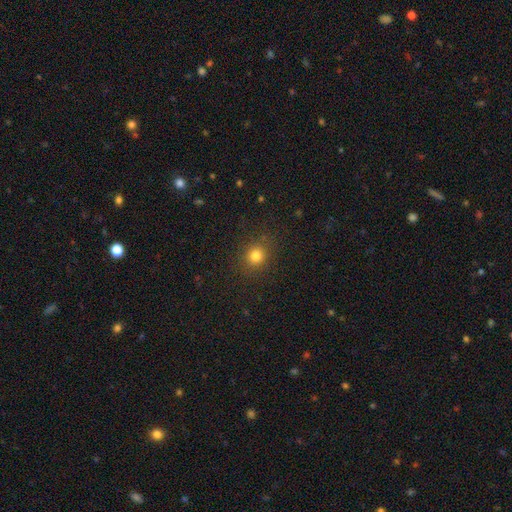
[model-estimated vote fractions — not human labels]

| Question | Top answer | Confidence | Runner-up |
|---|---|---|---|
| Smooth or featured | smooth | 80% | star or artifact (14%) |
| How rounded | round | 79% | in between (20%) |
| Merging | none | 86% | minor disturbance (9%) |